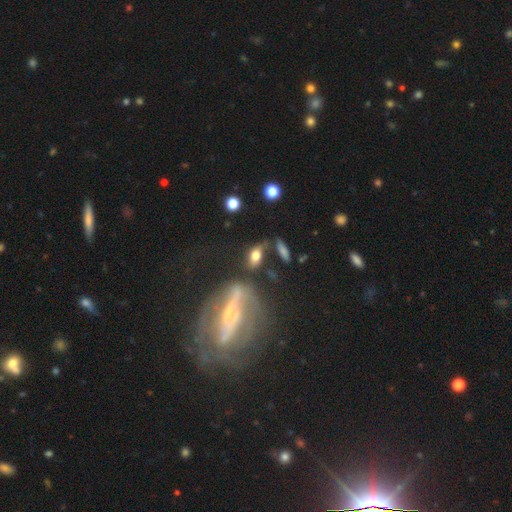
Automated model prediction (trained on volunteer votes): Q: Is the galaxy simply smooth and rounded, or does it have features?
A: smooth — 67%.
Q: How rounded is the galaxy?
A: in between — 81%.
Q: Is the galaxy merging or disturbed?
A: none — 55%.